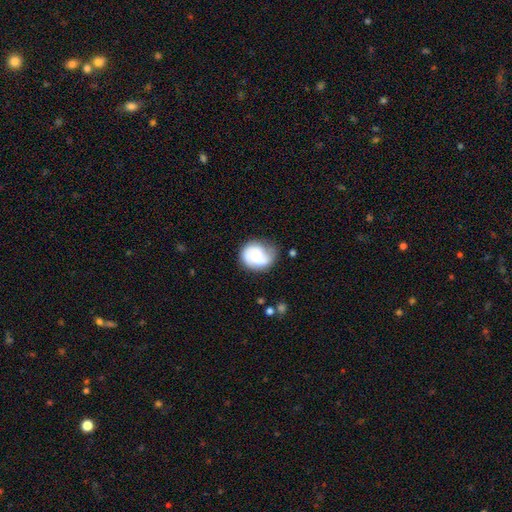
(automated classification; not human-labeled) Q: Smooth or featured?
A: smooth (48%); runner-up: featured or disk (45%)
Q: Merging?
A: none (52%); runner-up: minor disturbance (31%)